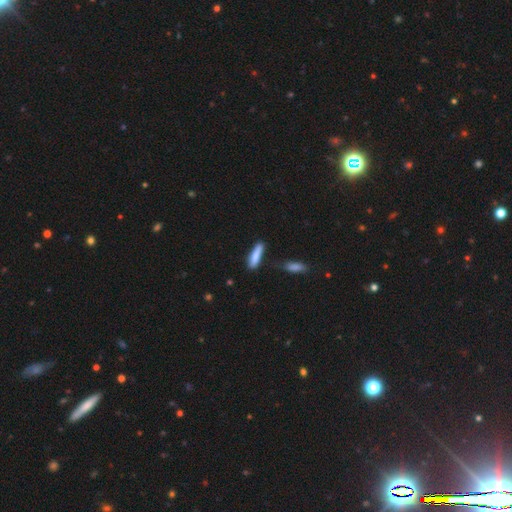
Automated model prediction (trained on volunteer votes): Smooth or featured? smooth (82%)
How rounded? cigar-shaped (73%)
Merging? none (63%)